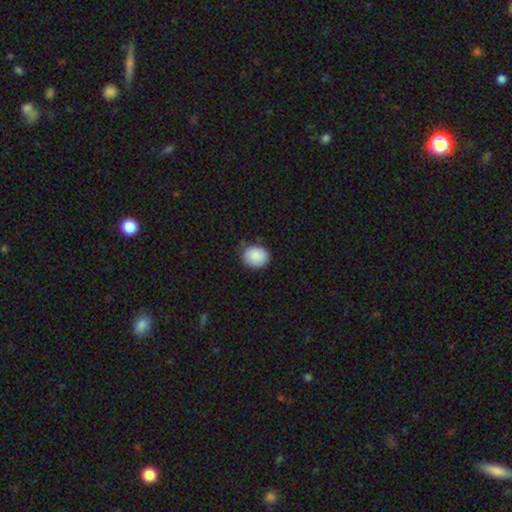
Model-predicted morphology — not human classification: This appears to be a smooth galaxy with no disk features (89%) that is round (64%). Merging: none (76%).